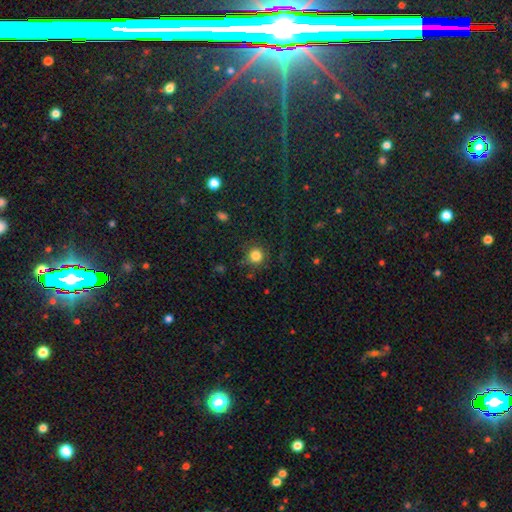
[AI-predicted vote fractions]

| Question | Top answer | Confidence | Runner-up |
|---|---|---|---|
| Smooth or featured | smooth | 82% | star or artifact (13%) |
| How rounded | round | 93% | in between (6%) |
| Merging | none | 84% | minor disturbance (10%) |